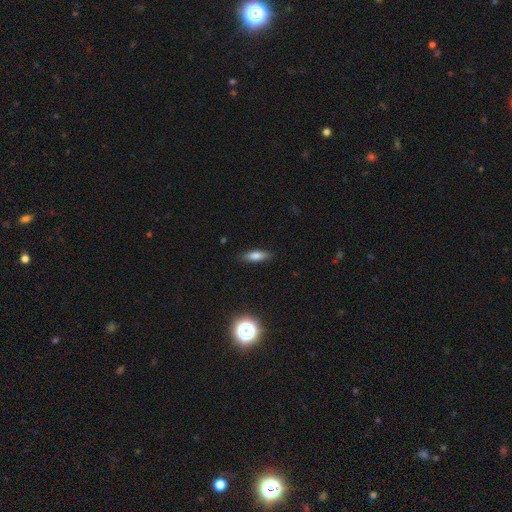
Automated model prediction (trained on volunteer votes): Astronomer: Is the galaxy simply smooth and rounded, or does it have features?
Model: smooth — 77%.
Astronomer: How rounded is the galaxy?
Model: in between — 60% (runner-up: cigar-shaped, 37%).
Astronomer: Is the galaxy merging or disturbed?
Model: none — 86%.